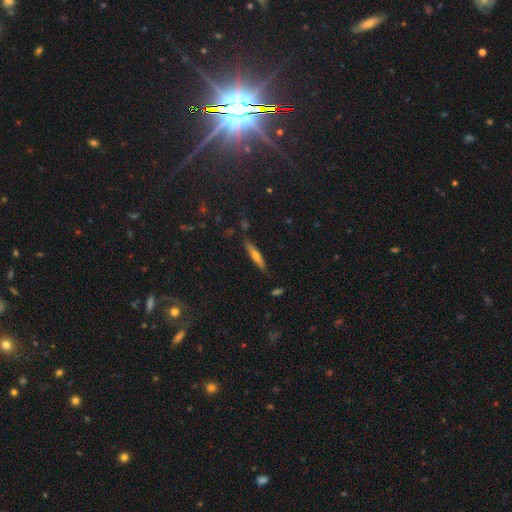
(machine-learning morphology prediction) Overall: featured or disk (47%; smooth 43%). Merging: none (84%).